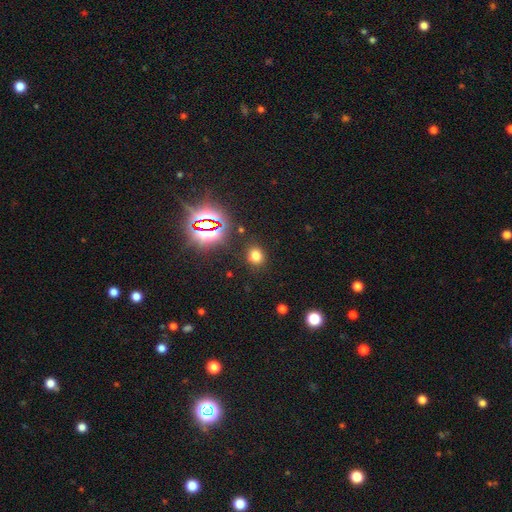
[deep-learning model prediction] Smooth or featured?
  - smooth: 71% *
  - star or artifact: 22%
  - featured or disk: 6%
How rounded?
  - round: 75% *
  - in between: 24%
  - cigar-shaped: 1%
Merging?
  - none: 87% *
  - minor disturbance: 8%
  - major disturbance: 3%
  - merger: 2%